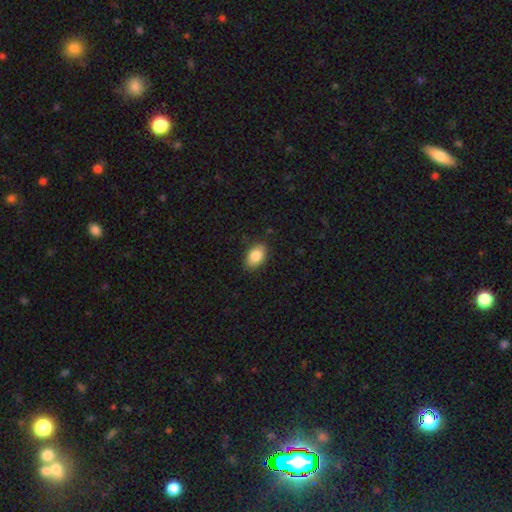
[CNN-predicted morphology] A smooth galaxy with no disk features (85%) that is in between round and cigar-shaped (90%). Merging: none (85%).